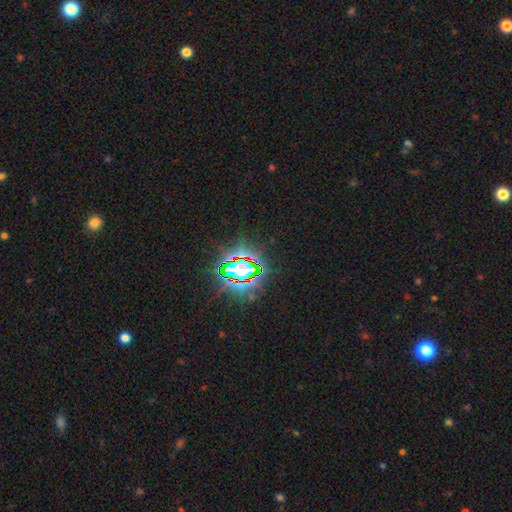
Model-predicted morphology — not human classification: Smooth or featured?
  - star or artifact: 81% *
  - smooth: 11%
  - featured or disk: 9%